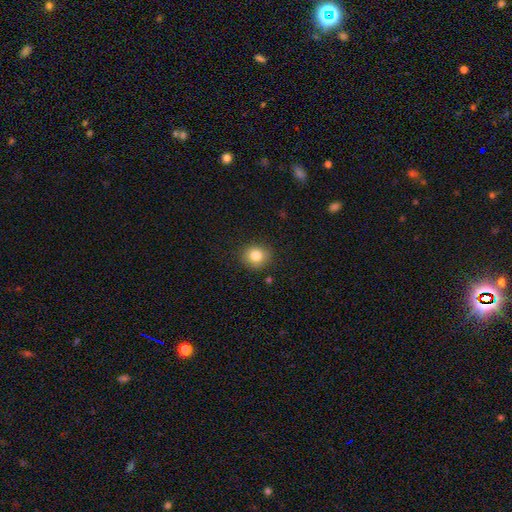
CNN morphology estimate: Q: Smooth or featured?
A: smooth (82%); runner-up: star or artifact (10%)
Q: How rounded?
A: round (79%); runner-up: in between (20%)
Q: Merging?
A: none (87%); runner-up: minor disturbance (9%)